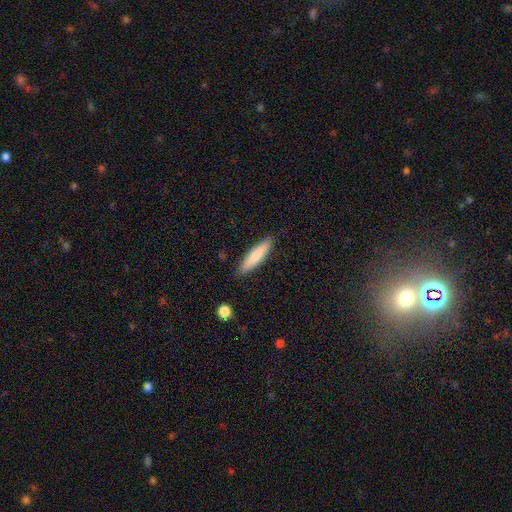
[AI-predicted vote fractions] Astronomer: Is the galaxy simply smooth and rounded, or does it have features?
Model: smooth — 77%.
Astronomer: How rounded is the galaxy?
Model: cigar-shaped — 82%.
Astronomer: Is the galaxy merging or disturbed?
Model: none — 87%.